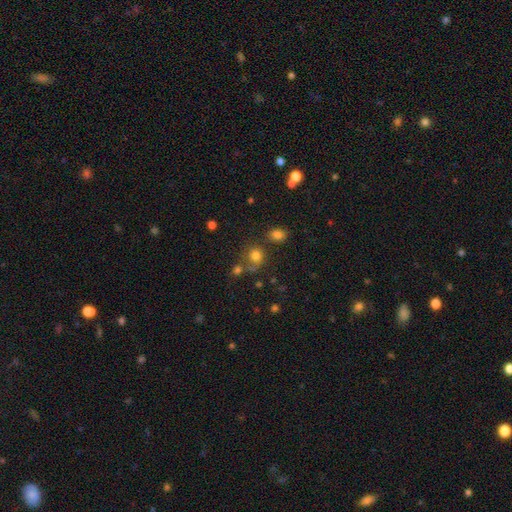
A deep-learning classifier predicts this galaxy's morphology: A smooth galaxy with no disk features (76%) that is round (81%).

Vote fractions:
- Smooth or featured? smooth: 76% / star or artifact: 16% / featured or disk: 8%
- How rounded? round: 81% / in between: 18% / cigar-shaped: 1%
- Merging? none: 64% / merger: 17% / minor disturbance: 13% / major disturbance: 6%